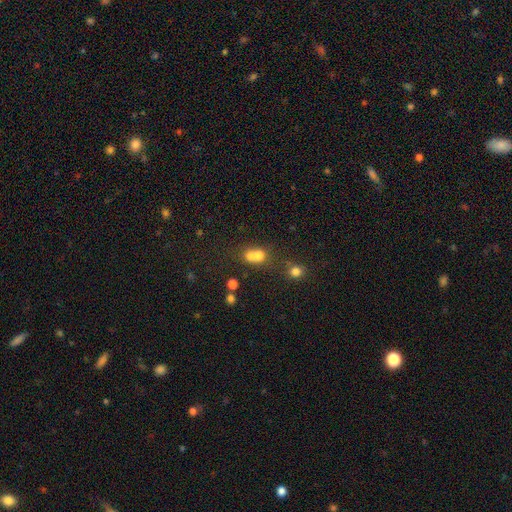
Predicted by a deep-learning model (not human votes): Morphology: type=smooth (69%); roundness=round (60%); merging=merger (63%).